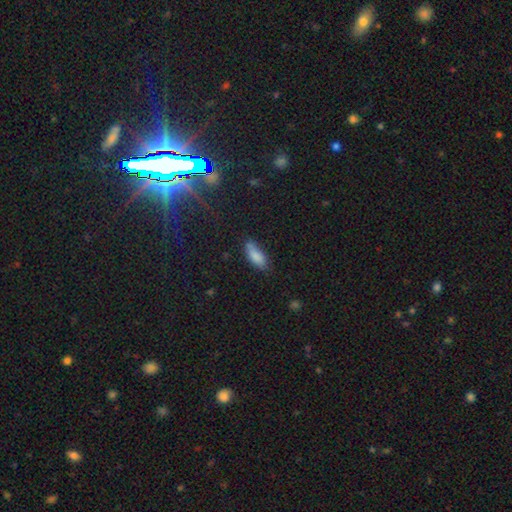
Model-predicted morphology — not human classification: This appears to be a smooth galaxy with no disk features (83%) that is in between round and cigar-shaped (72%). Merging: none (63%).